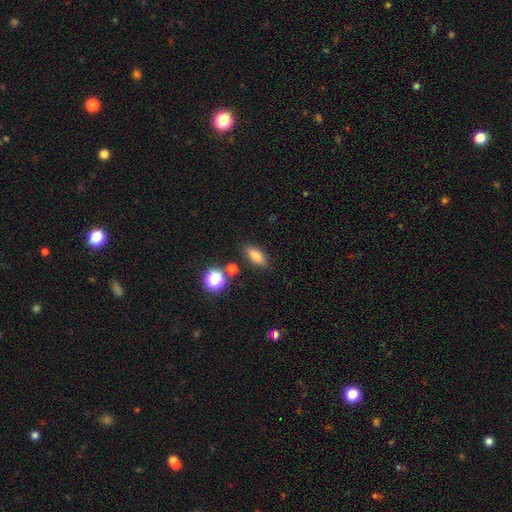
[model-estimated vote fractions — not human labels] Q: Smooth or featured?
A: smooth (78%); runner-up: star or artifact (11%)
Q: How rounded?
A: in between (74%); runner-up: cigar-shaped (19%)
Q: Merging?
A: none (84%); runner-up: minor disturbance (10%)